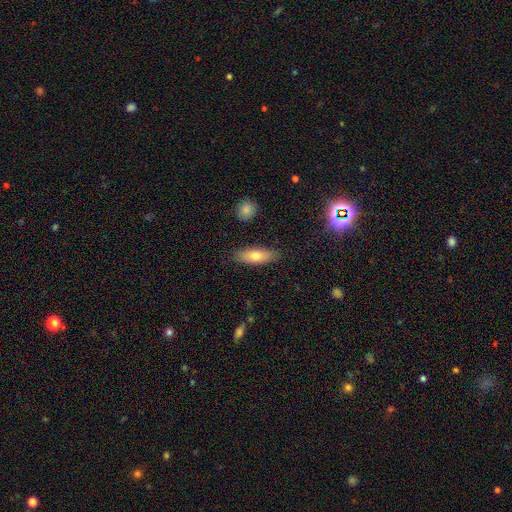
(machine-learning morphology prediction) smooth-or-featured: smooth: 71% | featured or disk: 23% | star or artifact: 6%
  how-rounded: in between: 60% | cigar-shaped: 37% | round: 3%
  merging: none: 86% | minor disturbance: 10% | major disturbance: 2% | merger: 2%